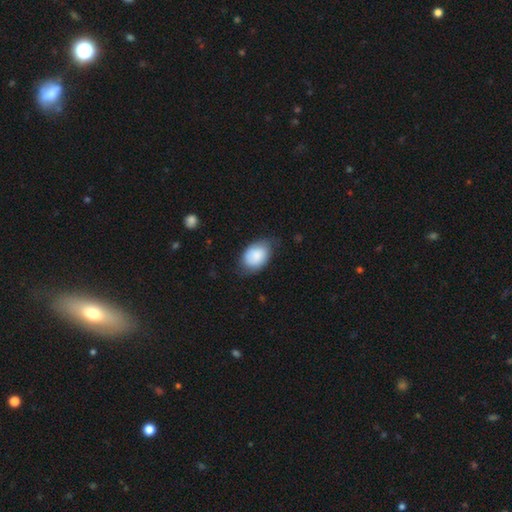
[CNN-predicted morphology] A smooth galaxy with no disk features (83%) that is in between round and cigar-shaped (83%). Merging: none (64%).